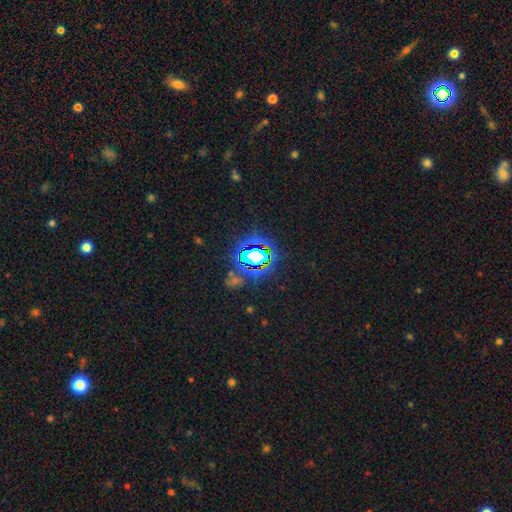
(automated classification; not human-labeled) This is likely a star or artifact rather than a galaxy (79%).